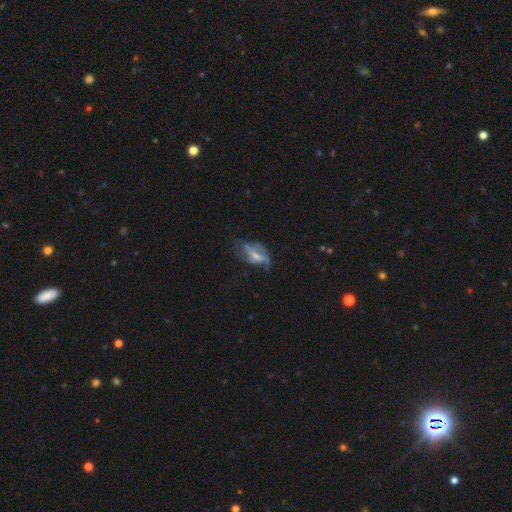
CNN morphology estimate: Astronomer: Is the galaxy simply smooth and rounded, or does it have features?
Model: featured or disk — 70%.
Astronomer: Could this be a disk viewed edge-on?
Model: no — 92%.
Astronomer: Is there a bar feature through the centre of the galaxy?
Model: weak — 45% (runner-up: strong, 28%).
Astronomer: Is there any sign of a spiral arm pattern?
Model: yes — 78%.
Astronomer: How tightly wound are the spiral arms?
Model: loose — 49% (runner-up: medium, 35%).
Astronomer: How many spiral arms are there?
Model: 2 — 55%.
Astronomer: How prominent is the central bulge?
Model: moderate — 41% (runner-up: small, 40%).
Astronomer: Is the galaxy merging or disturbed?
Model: none — 47% (runner-up: minor disturbance, 25%).